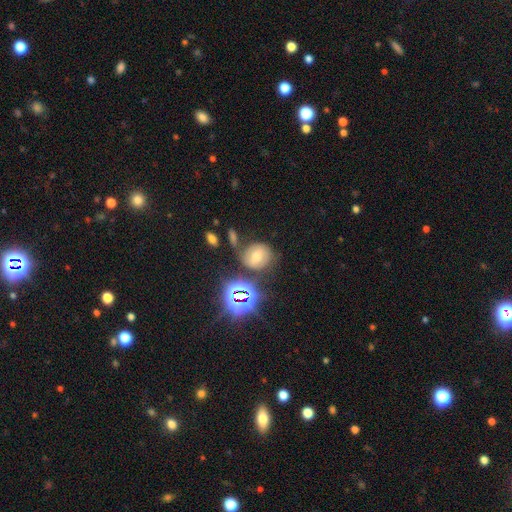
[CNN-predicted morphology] Smooth or featured? Predicted: smooth (p=0.49). Merging? Predicted: none (p=0.63).